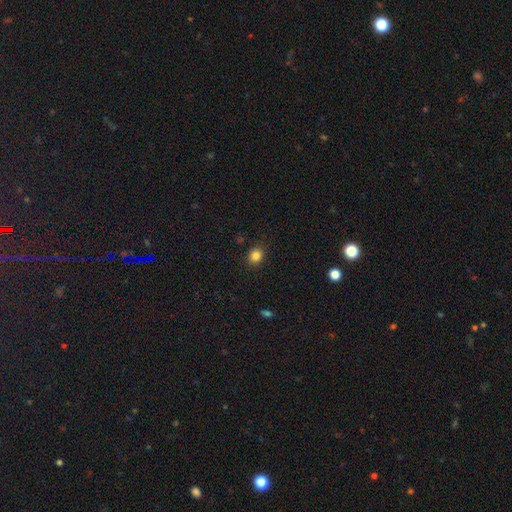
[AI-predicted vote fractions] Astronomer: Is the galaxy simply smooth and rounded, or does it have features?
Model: smooth — 84%.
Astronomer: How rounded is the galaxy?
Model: round — 68%.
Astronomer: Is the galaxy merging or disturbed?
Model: none — 87%.